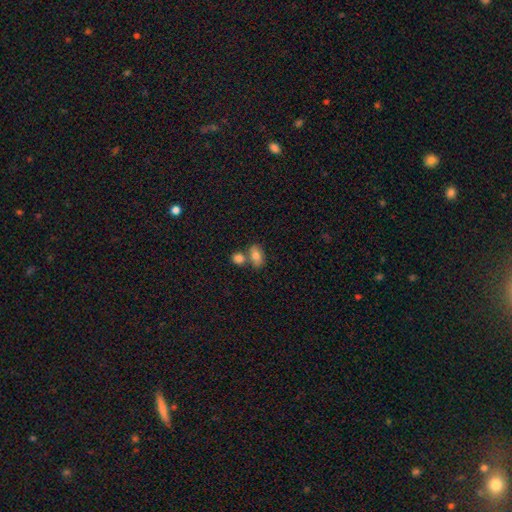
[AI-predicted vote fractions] smooth 79%, featured or disk 12%, star or artifact 9%. Down the decision tree: how rounded — in between (78%); merging — none (49%).